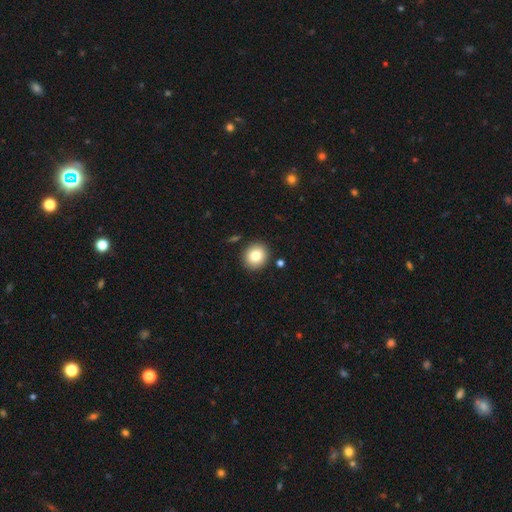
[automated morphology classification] Smooth or featured: smooth — 80% (featured or disk — 10%)
How rounded: round — 86% (in between — 13%)
Merging: none — 89% (minor disturbance — 7%)